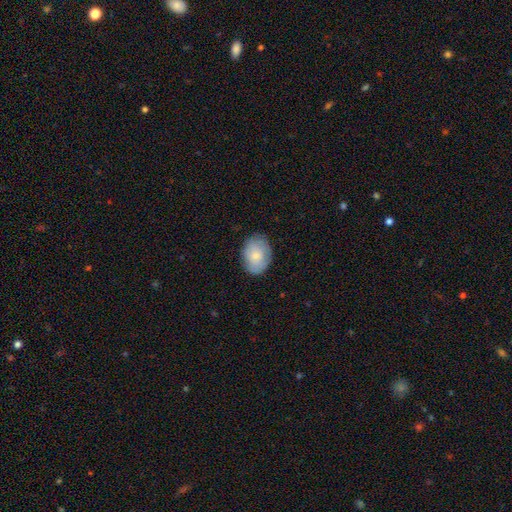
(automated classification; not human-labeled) Morphology: type=smooth (76%); roundness=in between (66%); merging=none (80%).